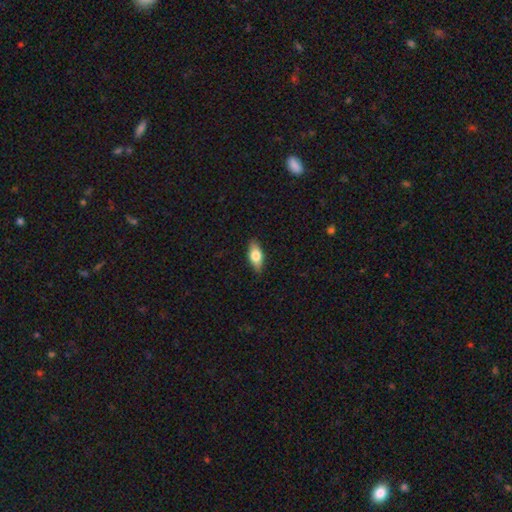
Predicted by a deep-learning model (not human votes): Smooth or featured?
  - smooth: 71% *
  - featured or disk: 23%
  - star or artifact: 6%
How rounded?
  - in between: 82% *
  - cigar-shaped: 15%
  - round: 4%
Merging?
  - none: 87% *
  - minor disturbance: 10%
  - major disturbance: 2%
  - merger: 1%